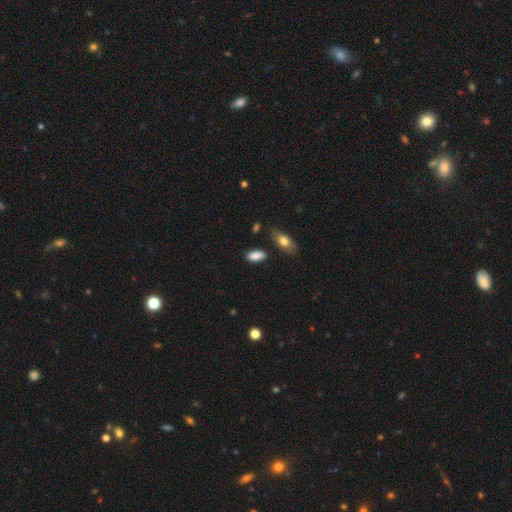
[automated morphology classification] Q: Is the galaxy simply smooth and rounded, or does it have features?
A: smooth — 87%.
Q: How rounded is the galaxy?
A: in between — 88%.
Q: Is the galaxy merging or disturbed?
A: none — 81%.